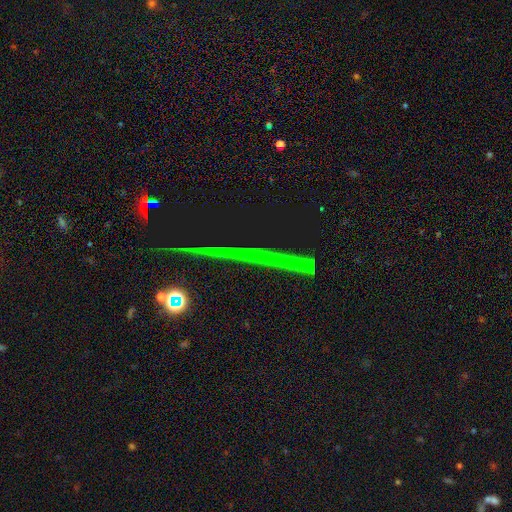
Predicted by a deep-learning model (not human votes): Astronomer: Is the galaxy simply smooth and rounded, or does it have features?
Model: star or artifact — 76%.